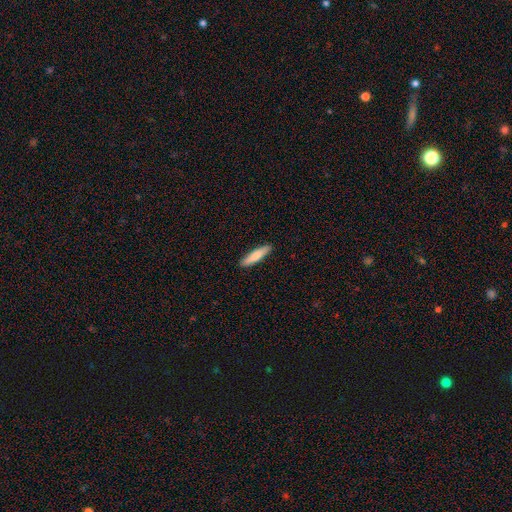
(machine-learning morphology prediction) Smooth or featured? Predicted: smooth (p=0.78). How rounded? Predicted: cigar-shaped (p=0.83). Merging? Predicted: none (p=0.90).